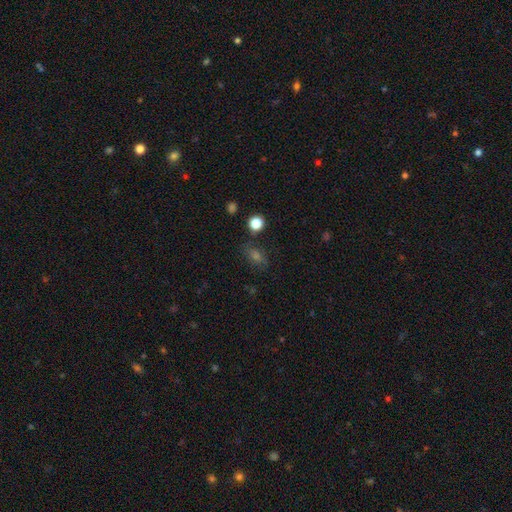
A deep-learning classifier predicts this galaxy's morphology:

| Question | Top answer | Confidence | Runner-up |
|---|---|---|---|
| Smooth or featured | smooth | 47% | star or artifact (33%) |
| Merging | none | 76% | minor disturbance (15%) |